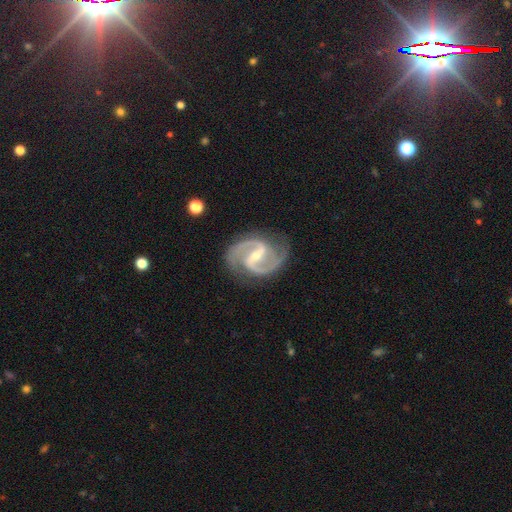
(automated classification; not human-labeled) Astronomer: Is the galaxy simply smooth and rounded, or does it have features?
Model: featured or disk — 94%.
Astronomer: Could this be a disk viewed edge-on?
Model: no — 98%.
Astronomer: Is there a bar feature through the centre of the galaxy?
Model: strong — 53% (runner-up: weak, 37%).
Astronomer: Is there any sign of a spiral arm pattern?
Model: yes — 99%.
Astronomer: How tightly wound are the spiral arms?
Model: medium — 66%.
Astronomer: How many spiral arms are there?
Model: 2 — 94%.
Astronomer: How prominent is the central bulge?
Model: small — 64%.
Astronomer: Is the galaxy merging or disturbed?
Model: none — 82%.